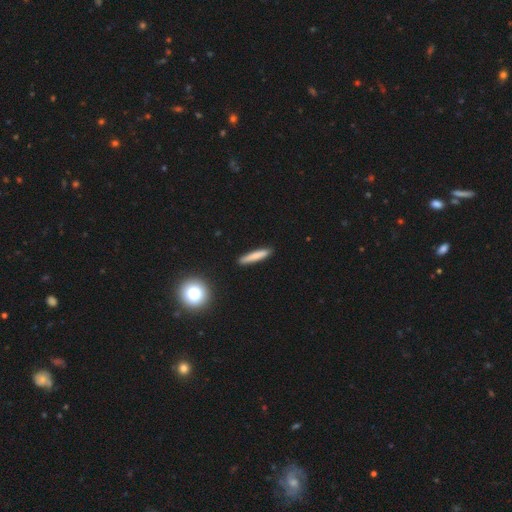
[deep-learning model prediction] A smooth galaxy with no disk features (78%) that is cigar-shaped (93%). Merging: none (90%).